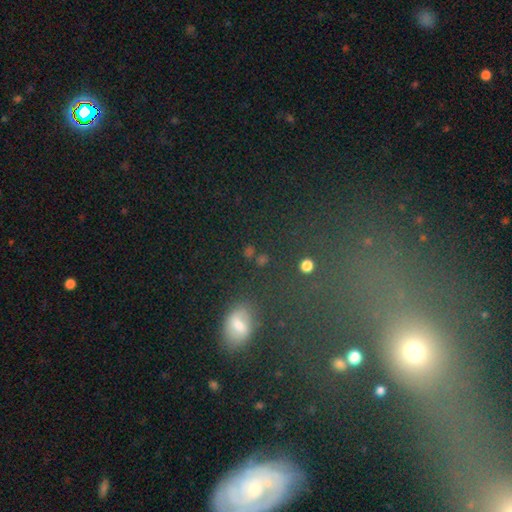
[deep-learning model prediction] Q: Smooth or featured?
A: smooth (52%); runner-up: star or artifact (32%)
Q: How rounded?
A: in between (75%); runner-up: round (20%)
Q: Merging?
A: none (71%); runner-up: minor disturbance (12%)